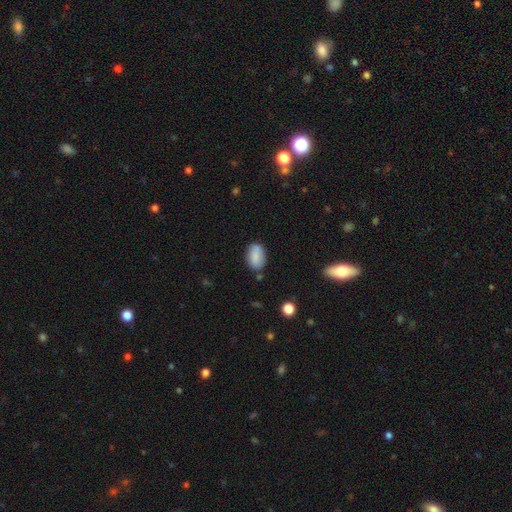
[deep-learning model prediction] smooth 84%, featured or disk 9%, star or artifact 7%. Down the decision tree: how rounded — in between (90%); merging — none (75%).